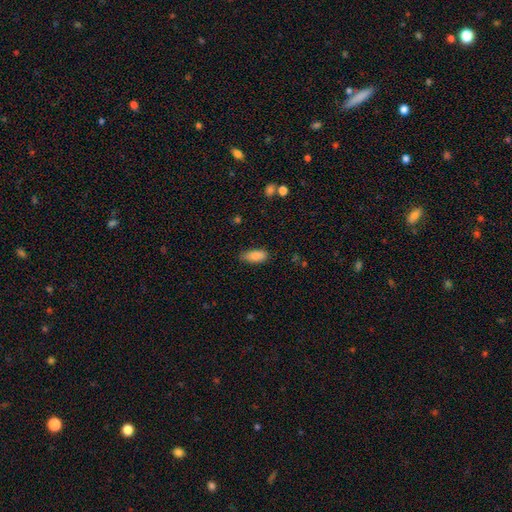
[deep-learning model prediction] Morphology: type=smooth (88%); roundness=in between (88%); merging=none (76%).